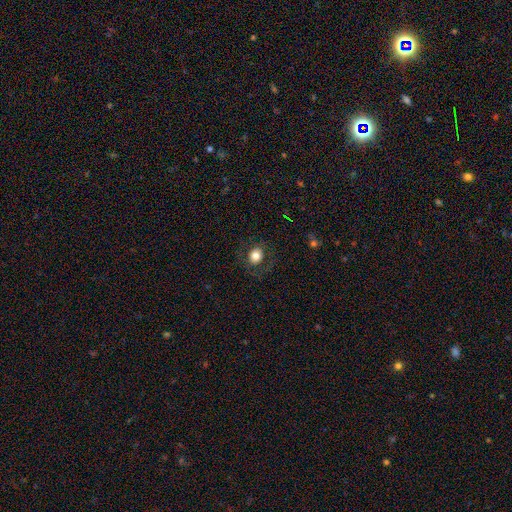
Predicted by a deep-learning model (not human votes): This is likely a smooth galaxy (78%). How rounded: likely round (63%). Merging: clearly none (83%).